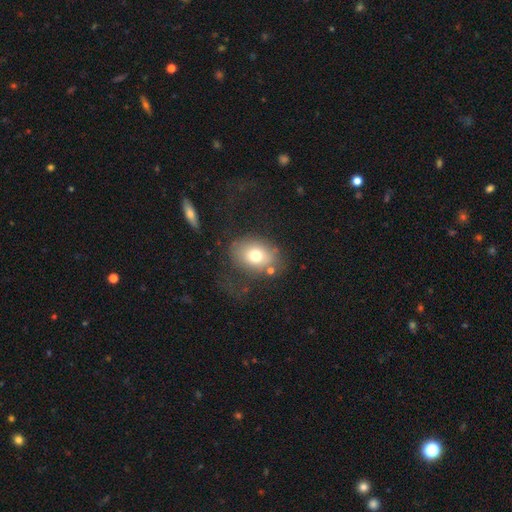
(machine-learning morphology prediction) Smooth or featured? Predicted: smooth (p=0.71). How rounded? Predicted: in between (p=0.67). Merging? Predicted: none (p=0.55).